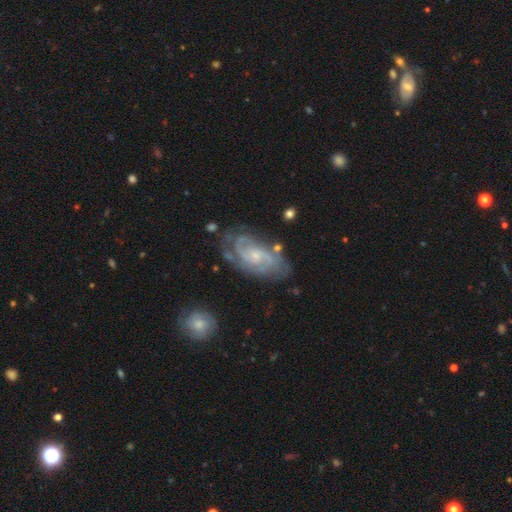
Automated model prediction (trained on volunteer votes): Smooth or featured?
  - featured or disk: 88% *
  - smooth: 7%
  - star or artifact: 5%
Edge-on disk?
  - no: 96% *
  - yes: 4%
Bar?
  - no: 60% *
  - weak: 34%
  - strong: 6%
Spiral arms?
  - yes: 97% *
  - no: 3%
Spiral winding?
  - tight: 54% *
  - medium: 38%
  - loose: 8%
Spiral arm count?
  - 2: 58% *
  - can't tell: 16%
  - 3: 15%
  - 4: 4%
  - 1: 3%
  - more than 4: 3%
Bulge size?
  - small: 67% *
  - moderate: 27%
  - none: 4%
  - large: 1%
  - dominant: 1%
Merging?
  - none: 68% *
  - minor disturbance: 20%
  - major disturbance: 8%
  - merger: 4%